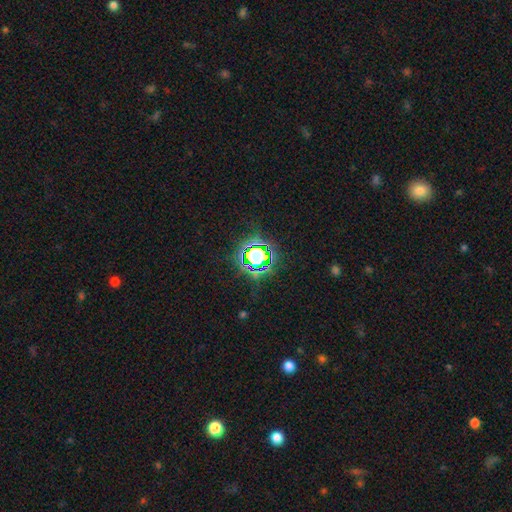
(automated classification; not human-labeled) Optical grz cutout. It shows a star or artifact, not a galaxy (63%).